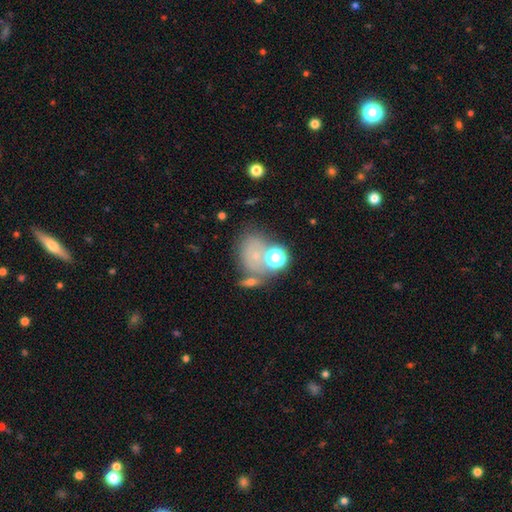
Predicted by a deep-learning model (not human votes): smooth-or-featured: smooth: 50% | star or artifact: 26% | featured or disk: 24%
  how-rounded: round: 50% | in between: 48% | cigar-shaped: 2%
  merging: none: 44% | merger: 22% | minor disturbance: 19% | major disturbance: 16%